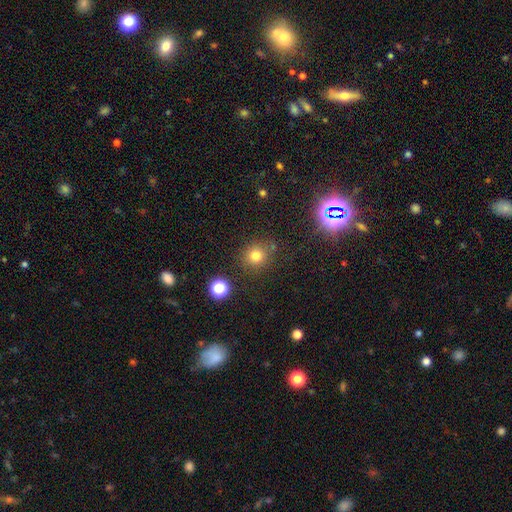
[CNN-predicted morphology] A smooth galaxy with no disk features (76%) that is round (87%).

Vote fractions:
- Smooth or featured? smooth: 76% / star or artifact: 18% / featured or disk: 7%
- How rounded? round: 87% / in between: 12% / cigar-shaped: 1%
- Merging? none: 80% / minor disturbance: 11% / merger: 5% / major disturbance: 4%